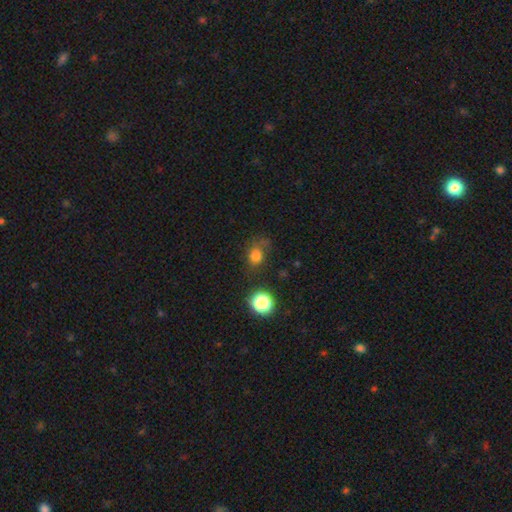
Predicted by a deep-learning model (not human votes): This is likely a smooth galaxy (74%). How rounded: likely round (62%). Merging: possibly none (51%).